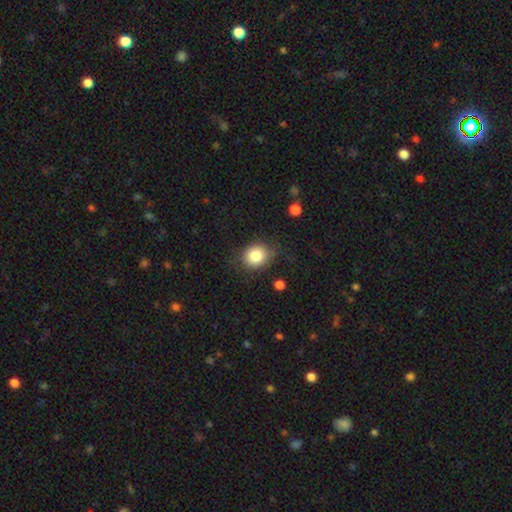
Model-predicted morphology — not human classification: A smooth galaxy with no disk features (83%) that is round (69%). Merging: none (75%).